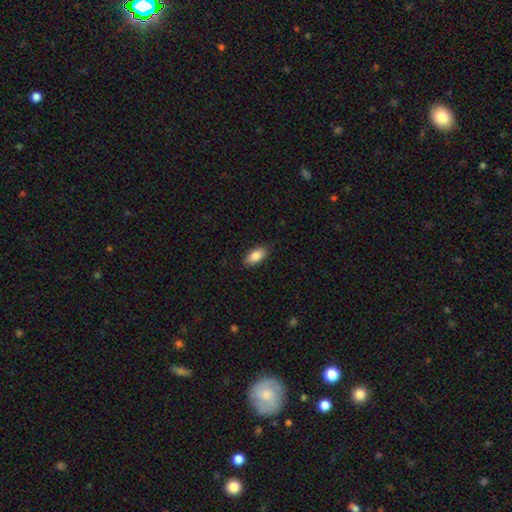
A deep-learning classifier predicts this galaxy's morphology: smooth 87%, featured or disk 7%, star or artifact 6%. Down the decision tree: how rounded — in between (91%); merging — none (87%).